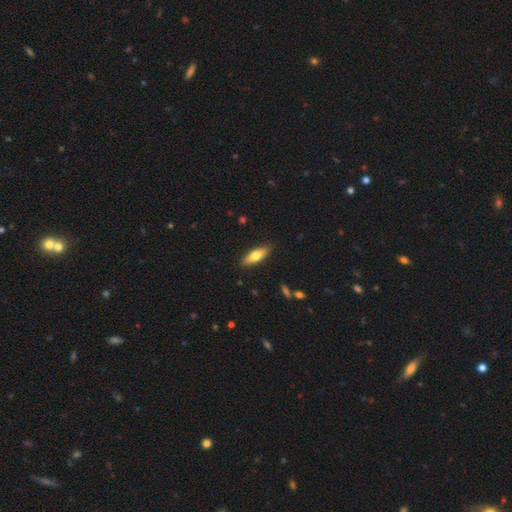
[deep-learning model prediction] Overall: smooth (68%). How rounded: in between (56%; cigar-shaped 42%). Merging: none (88%).